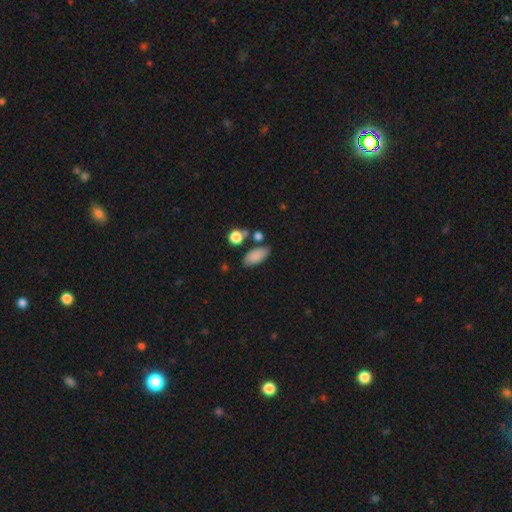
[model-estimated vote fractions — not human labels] Overall: smooth (84%). How rounded: in between (89%). Merging: none (70%).